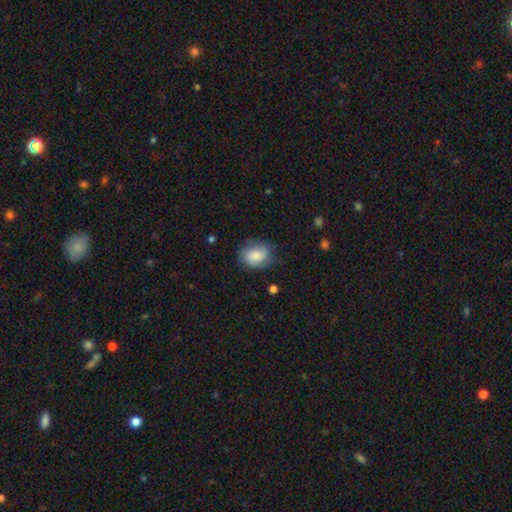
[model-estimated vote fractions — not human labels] A smooth galaxy with no disk features (73%) that is in between round and cigar-shaped (57%).

Vote fractions:
- Smooth or featured? smooth: 73% / featured or disk: 19% / star or artifact: 8%
- How rounded? in between: 57% / round: 42% / cigar-shaped: 1%
- Merging? none: 62% / minor disturbance: 27% / major disturbance: 9% / merger: 2%